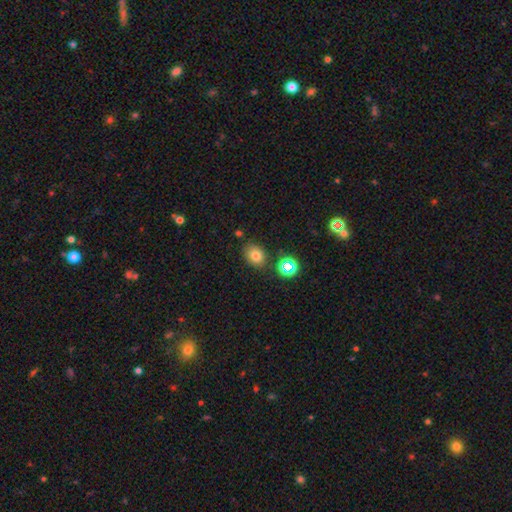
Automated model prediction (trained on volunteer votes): Smooth or featured?
  - smooth: 75% *
  - star or artifact: 17%
  - featured or disk: 9%
How rounded?
  - in between: 54% *
  - round: 45%
  - cigar-shaped: 1%
Merging?
  - none: 80% *
  - minor disturbance: 11%
  - merger: 5%
  - major disturbance: 3%